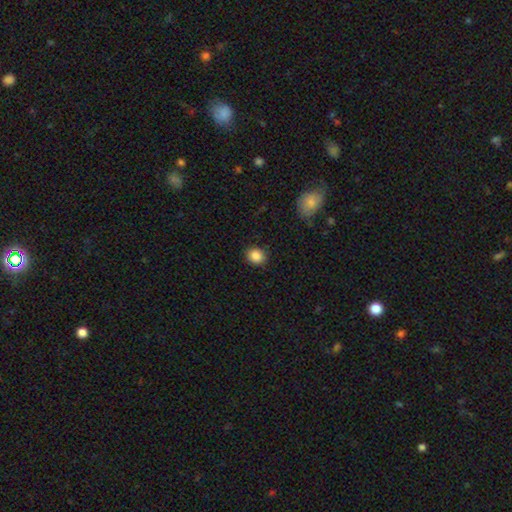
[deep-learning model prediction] Q: Smooth or featured?
A: smooth (87%); runner-up: star or artifact (9%)
Q: How rounded?
A: round (71%); runner-up: in between (28%)
Q: Merging?
A: none (88%); runner-up: minor disturbance (9%)